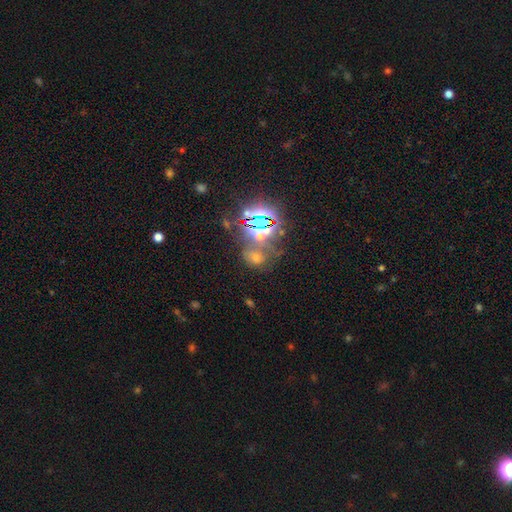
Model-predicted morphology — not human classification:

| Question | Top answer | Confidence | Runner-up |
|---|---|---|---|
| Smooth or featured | star or artifact | 67% | smooth (22%) |